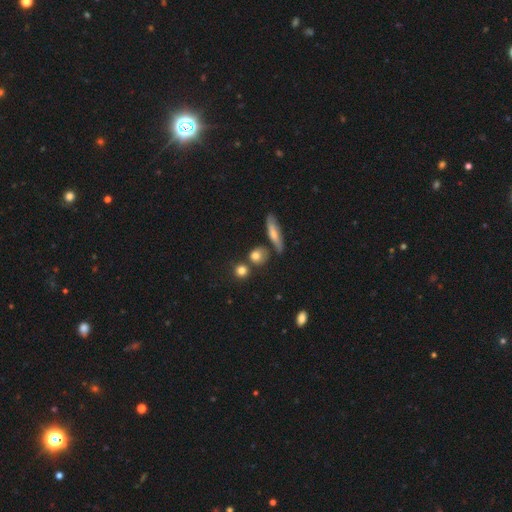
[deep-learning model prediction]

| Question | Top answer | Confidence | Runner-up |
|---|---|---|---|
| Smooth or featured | smooth | 77% | featured or disk (12%) |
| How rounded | round | 78% | in between (16%) |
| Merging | none | 70% | merger (15%) |